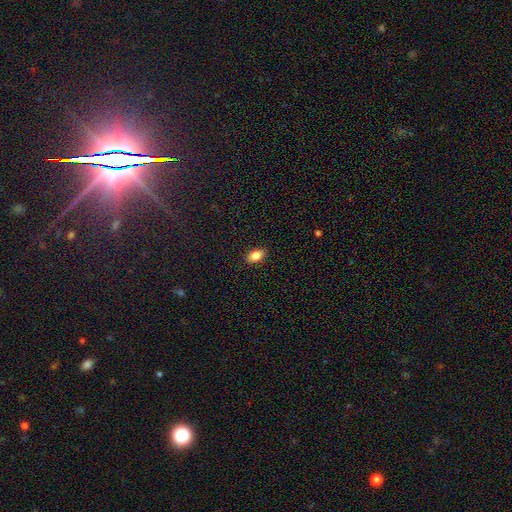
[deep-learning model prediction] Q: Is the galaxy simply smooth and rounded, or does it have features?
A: smooth — 85%.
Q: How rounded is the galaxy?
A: in between — 91%.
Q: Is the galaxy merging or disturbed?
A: none — 89%.